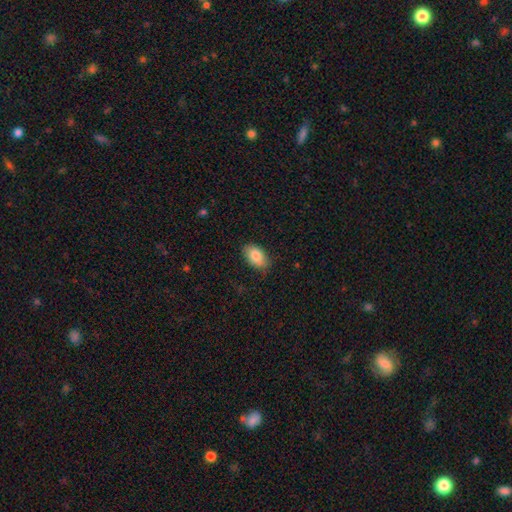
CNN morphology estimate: Q: Smooth or featured?
A: smooth (85%); runner-up: featured or disk (9%)
Q: How rounded?
A: in between (92%); runner-up: round (7%)
Q: Merging?
A: none (82%); runner-up: minor disturbance (14%)